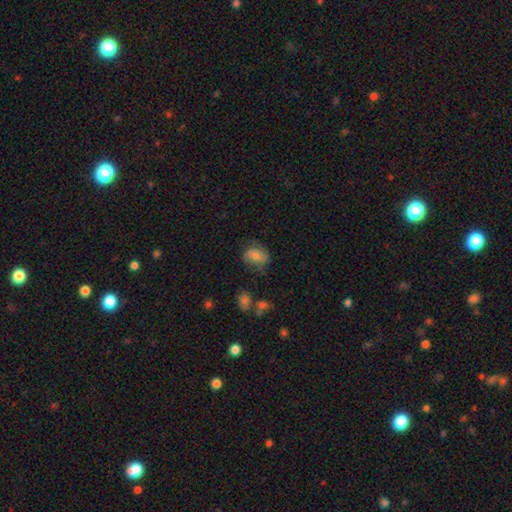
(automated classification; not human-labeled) A smooth galaxy with no disk features (60%) that is in between round and cigar-shaped (63%).

Vote fractions:
- Smooth or featured? smooth: 60% / featured or disk: 31% / star or artifact: 9%
- How rounded? in between: 63% / round: 36% / cigar-shaped: 1%
- Merging? none: 59% / minor disturbance: 26% / major disturbance: 13% / merger: 3%